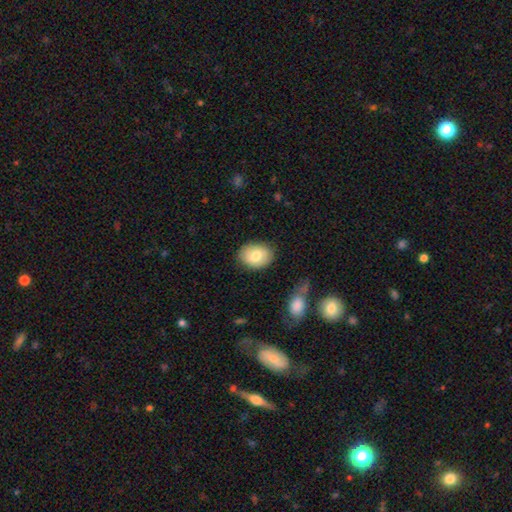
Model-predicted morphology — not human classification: Smooth or featured? smooth (75%)
How rounded? in between (70%)
Merging? none (83%)